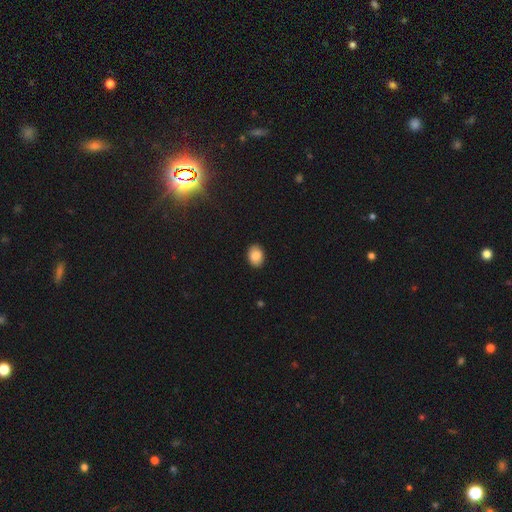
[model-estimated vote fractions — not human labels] Morphology: type=smooth (87%); roundness=in between (76%); merging=none (89%).